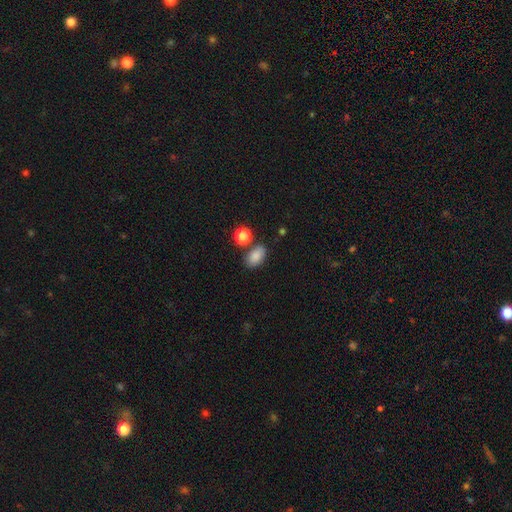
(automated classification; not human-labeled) Smooth or featured? Predicted: smooth (p=0.85). How rounded? Predicted: in between (p=0.86). Merging? Predicted: none (p=0.67).